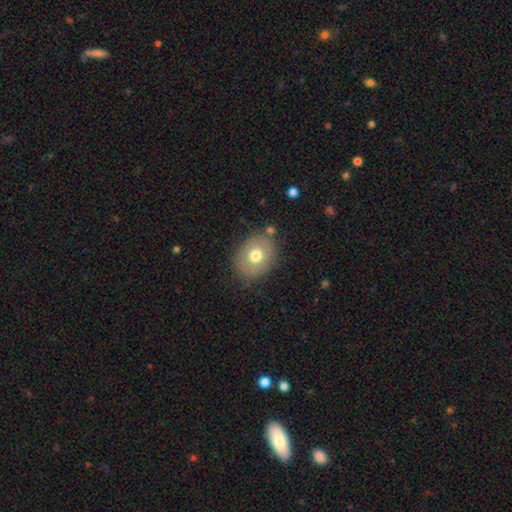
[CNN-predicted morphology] Q: Smooth or featured?
A: smooth (69%); runner-up: featured or disk (22%)
Q: How rounded?
A: in between (58%); runner-up: round (41%)
Q: Merging?
A: none (79%); runner-up: minor disturbance (13%)